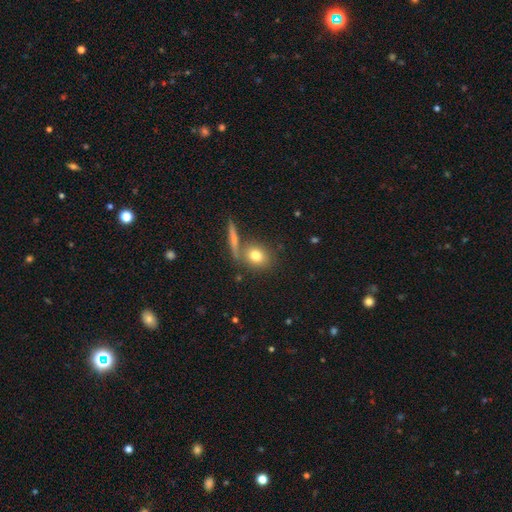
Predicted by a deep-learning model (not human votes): The model was most divided on "how rounded": round: 62%, in between: 33%, cigar-shaped: 5%. More confident: smooth or featured — smooth (77%); merging — none (69%).